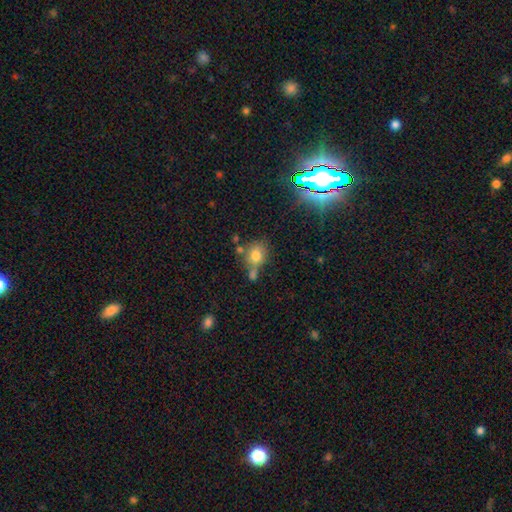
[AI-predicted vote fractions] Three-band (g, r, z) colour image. It shows a smooth galaxy with no disk features (75%) that is round (64%). Merging: none (52%).